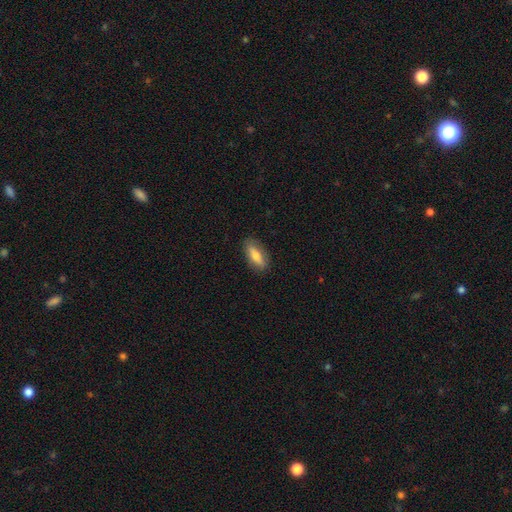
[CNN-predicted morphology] Smooth or featured? smooth (72%)
How rounded? in between (67%)
Merging? none (85%)